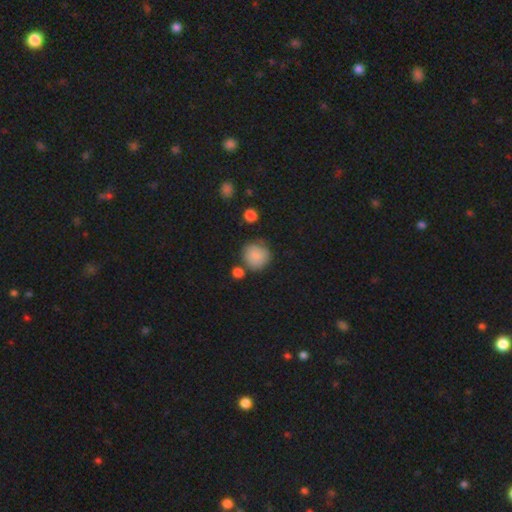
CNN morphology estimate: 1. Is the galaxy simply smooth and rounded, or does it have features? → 84% smooth, 8% star or artifact, 8% featured or disk.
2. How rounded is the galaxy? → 90% round, 9% in between, 1% cigar-shaped.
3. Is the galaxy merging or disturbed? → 69% none, 17% minor disturbance, 9% merger, 5% major disturbance.